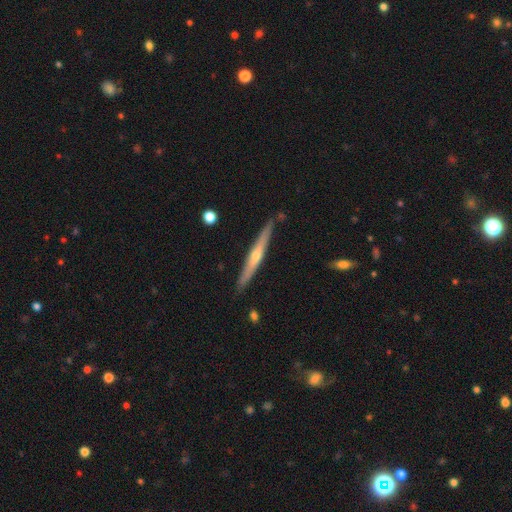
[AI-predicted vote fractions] Smooth or featured? Predicted: featured or disk (p=0.66). Edge-on disk? Predicted: yes (p=0.96). Edge-on bulge? Predicted: rounded (p=0.73). Merging? Predicted: none (p=0.87).